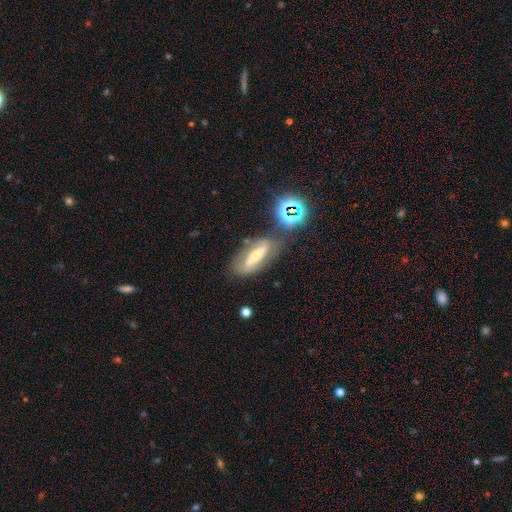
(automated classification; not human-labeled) smooth_or_featured: featured or disk (p=0.62) [alt: smooth p=0.24]
disk_edge_on: no (p=0.74) [alt: yes p=0.26]
merging: none (p=0.66) [alt: minor disturbance p=0.18]